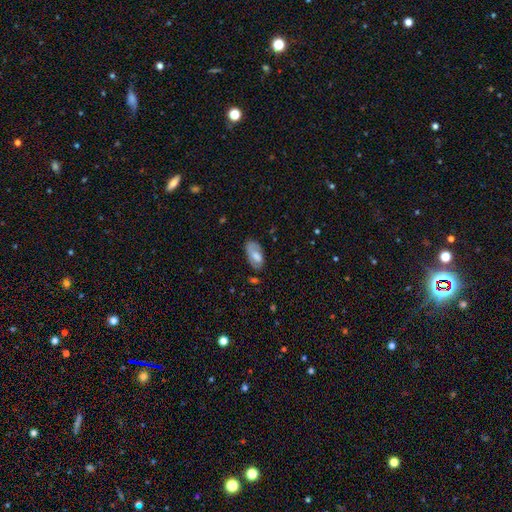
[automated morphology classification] Smooth or featured? smooth (64%)
How rounded? in between (93%)
Merging? none (62%)